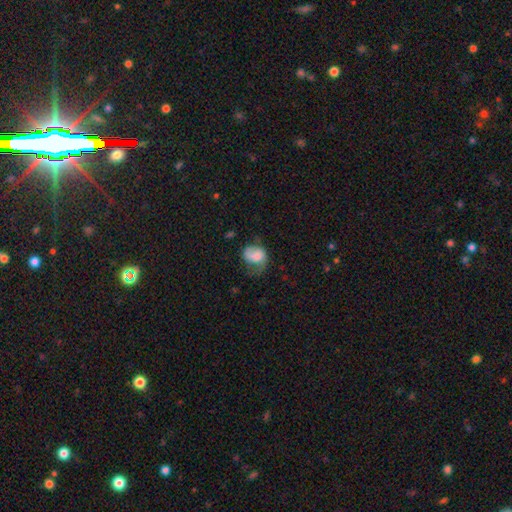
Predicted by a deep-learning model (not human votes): smooth 58%, featured or disk 34%, star or artifact 8%. Down the decision tree: how rounded — in between (57%); merging — major disturbance (37%).